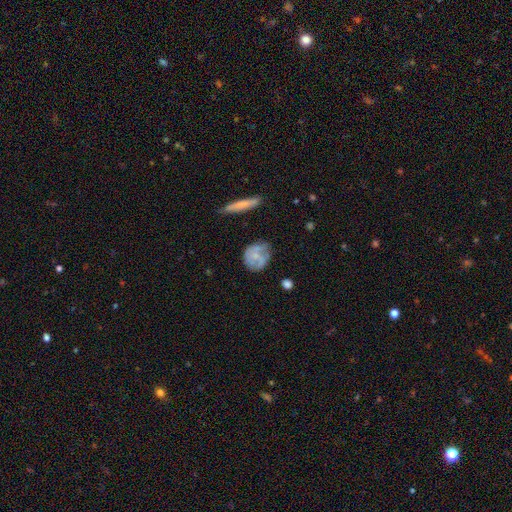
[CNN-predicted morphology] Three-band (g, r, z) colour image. It shows a featured or disk galaxy (47%). Merging: none (57%).